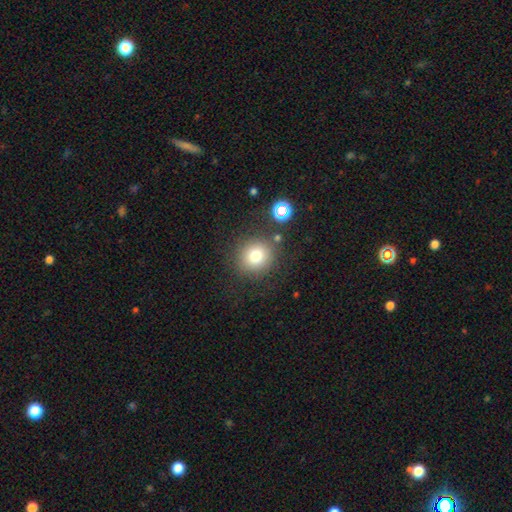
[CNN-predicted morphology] Smooth or featured? smooth (76%)
How rounded? round (88%)
Merging? none (81%)